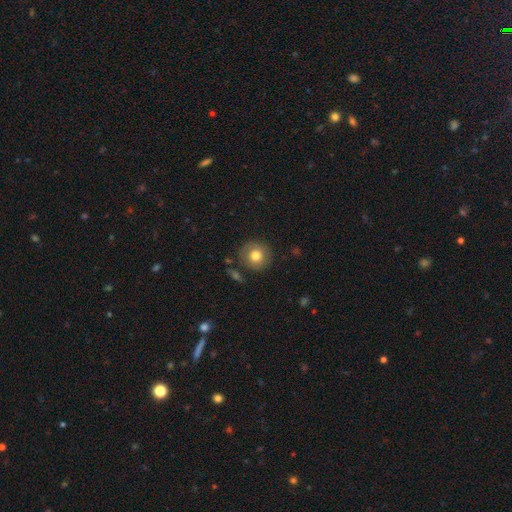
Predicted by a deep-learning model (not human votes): Overall: smooth (76%). How rounded: round (92%). Merging: none (84%).